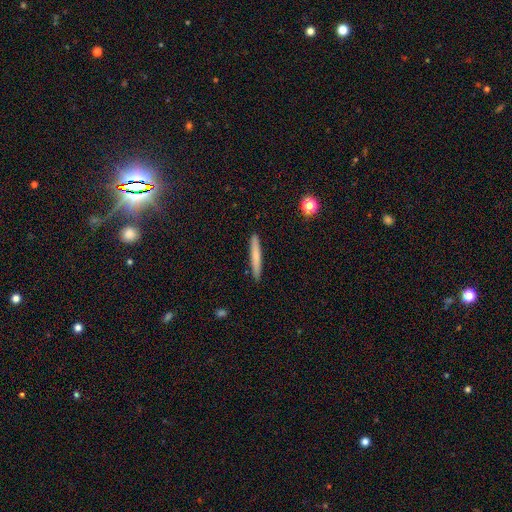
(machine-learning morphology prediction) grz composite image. It shows a smooth galaxy with no disk features (67%) that is cigar-shaped (95%). Merging: none (91%).